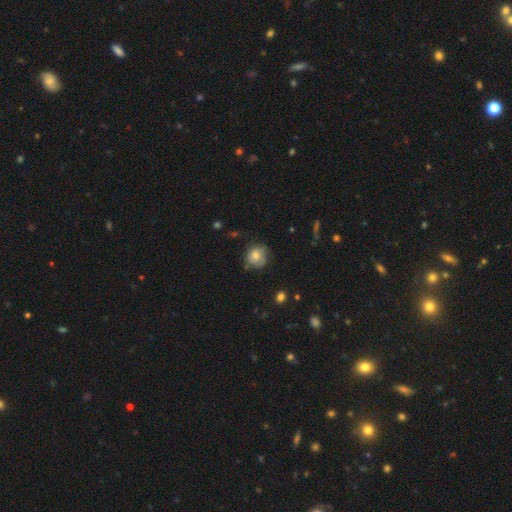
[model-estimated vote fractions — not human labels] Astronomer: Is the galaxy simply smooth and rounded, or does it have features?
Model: smooth — 69%.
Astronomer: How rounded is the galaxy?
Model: round — 79%.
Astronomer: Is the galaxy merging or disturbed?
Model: none — 58%.